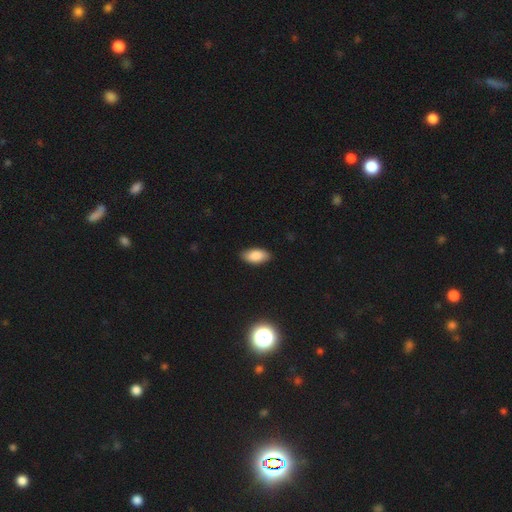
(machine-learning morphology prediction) Q: Smooth or featured?
A: smooth (86%); runner-up: star or artifact (7%)
Q: How rounded?
A: in between (93%); runner-up: cigar-shaped (4%)
Q: Merging?
A: none (88%); runner-up: minor disturbance (10%)